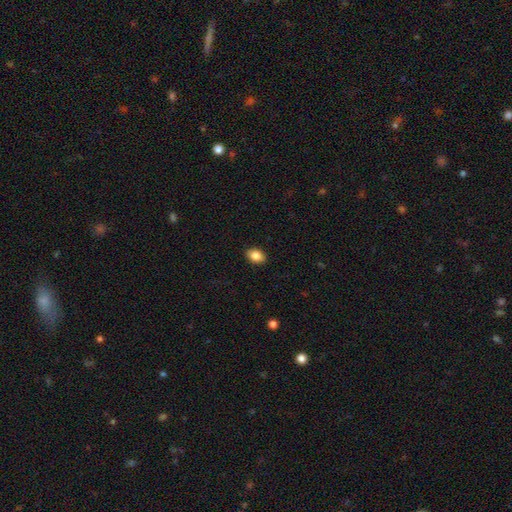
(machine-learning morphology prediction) The model was most divided on "how rounded": in between: 78%, round: 21%, cigar-shaped: 1%. More confident: merging — none (89%); smooth or featured — smooth (86%).